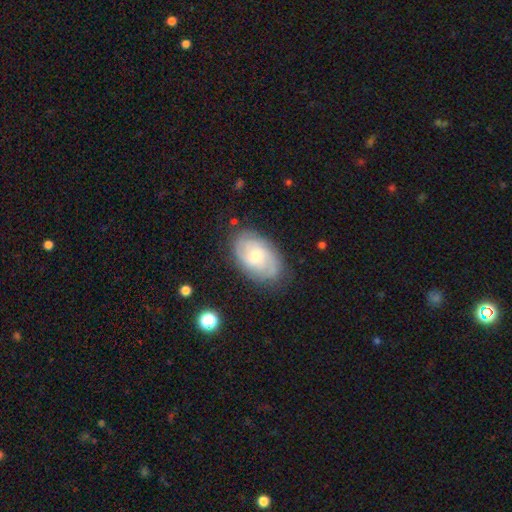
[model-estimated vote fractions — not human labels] A featured or disk galaxy (71%) with no bar (63%), 2 (34%) tight (56%) spiral arms (91%) and a small central bulge (51%).

Vote fractions:
- Smooth or featured? featured or disk: 71% / smooth: 22% / star or artifact: 6%
- Edge-on disk? no: 96% / yes: 4%
- Bar? no: 63% / weak: 32% / strong: 5%
- Spiral arms? yes: 91% / no: 9%
- Spiral winding? tight: 56% / medium: 35% / loose: 10%
- Spiral arm count? 2: 34% / can't tell: 33% / 3: 19% / 4: 6% / 1: 4% / more than 4: 4%
- Bulge size? small: 51% / moderate: 45% / large: 2% / none: 1% / dominant: 1%
- Merging? none: 78% / minor disturbance: 16% / major disturbance: 5% / merger: 1%